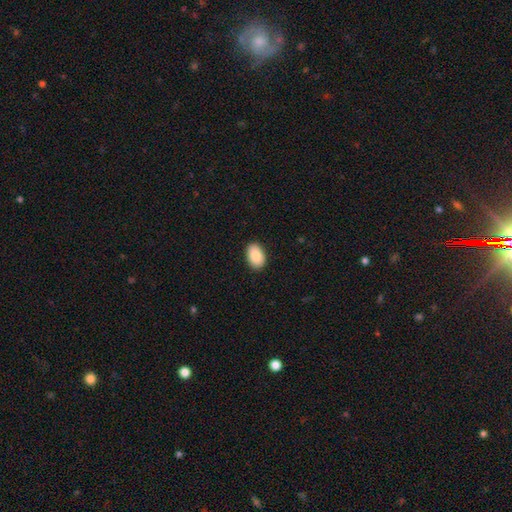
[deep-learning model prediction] smooth 87%, star or artifact 7%, featured or disk 6%. Down the decision tree: how rounded — in between (89%); merging — none (89%).